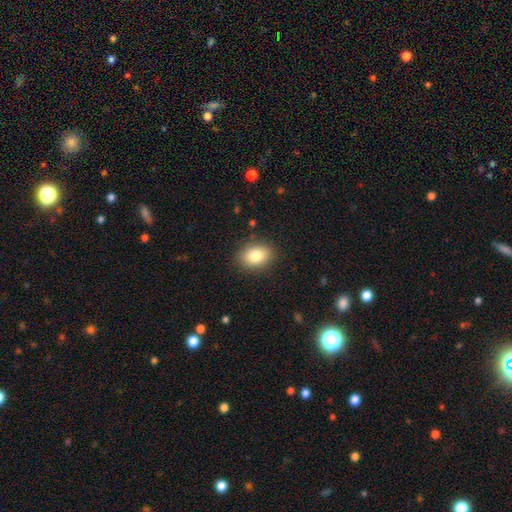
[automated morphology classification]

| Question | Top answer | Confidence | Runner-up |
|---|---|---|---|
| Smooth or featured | smooth | 83% | featured or disk (9%) |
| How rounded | in between | 72% | round (26%) |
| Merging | none | 87% | minor disturbance (9%) |